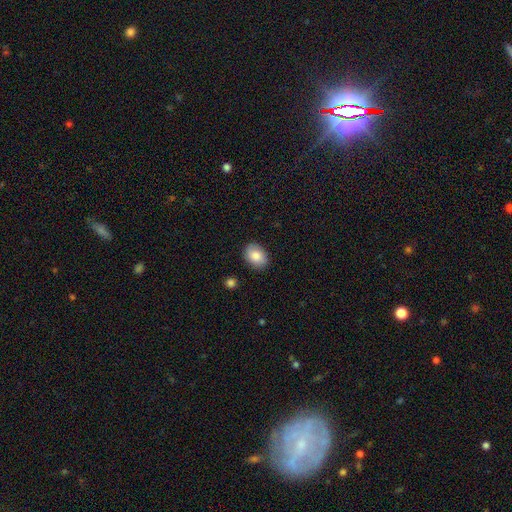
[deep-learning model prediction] A smooth galaxy with no disk features (83%) that is in between round and cigar-shaped (78%). Merging: none (85%).